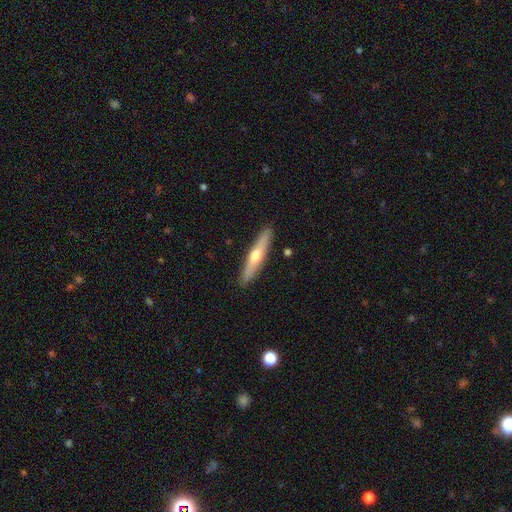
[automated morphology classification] Smooth or featured? featured or disk (50%)
Edge-on disk? yes (91%)
Merging? none (90%)